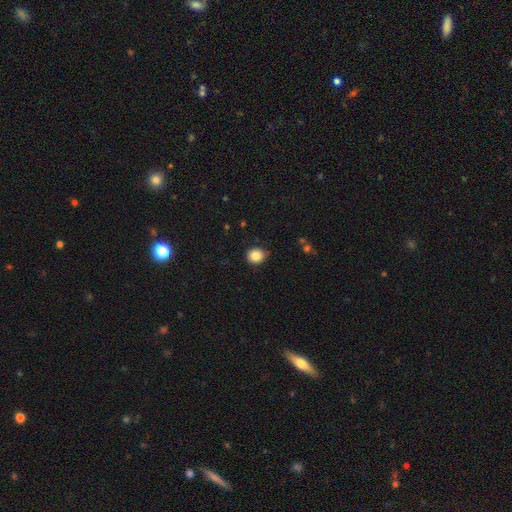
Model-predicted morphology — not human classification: smooth_or_featured: smooth (p=0.84) [alt: star or artifact p=0.10]
how_rounded: round (p=0.83) [alt: in between p=0.16]
merging: none (p=0.84) [alt: minor disturbance p=0.13]